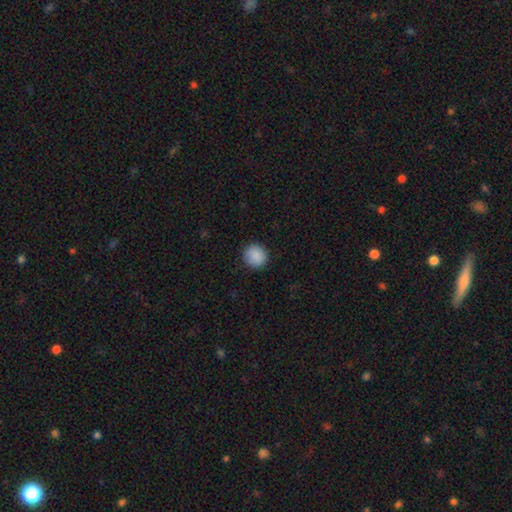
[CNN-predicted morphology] smooth-or-featured: smooth: 89% | star or artifact: 8% | featured or disk: 3%
  how-rounded: round: 91% | in between: 8% | cigar-shaped: 1%
  merging: none: 91% | minor disturbance: 6% | major disturbance: 2% | merger: 1%